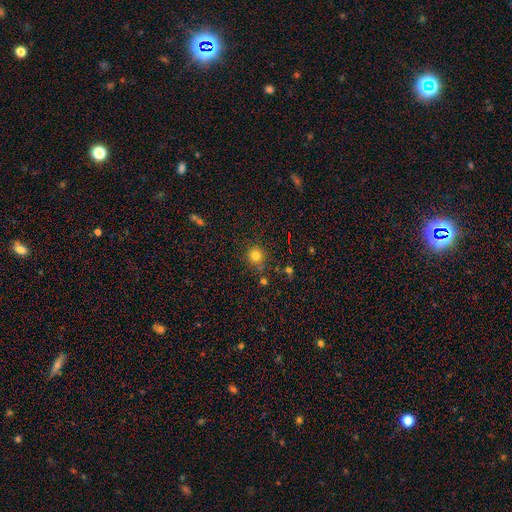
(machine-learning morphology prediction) type=smooth (79%); roundness=round (91%); merging=none (80%).